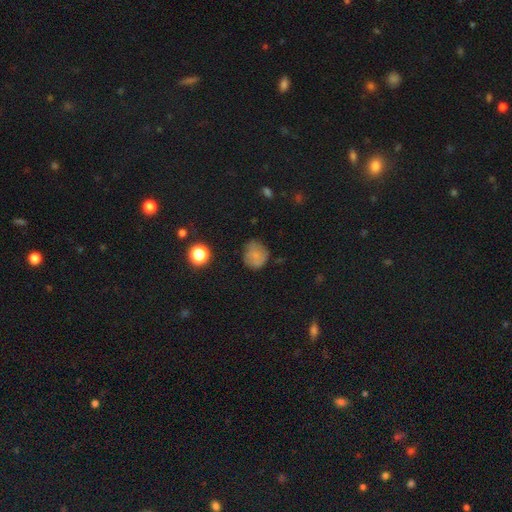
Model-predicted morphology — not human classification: A smooth galaxy with no disk features (73%) that is round (78%).

Vote fractions:
- Smooth or featured? smooth: 73% / featured or disk: 14% / star or artifact: 13%
- How rounded? round: 78% / in between: 21% / cigar-shaped: 1%
- Merging? none: 67% / minor disturbance: 24% / major disturbance: 7% / merger: 2%